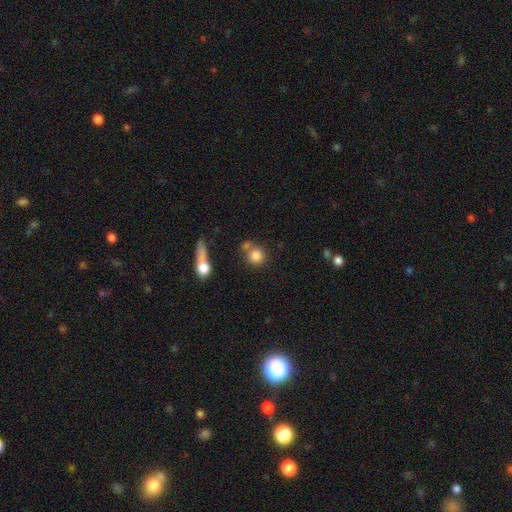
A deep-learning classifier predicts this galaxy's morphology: smooth_or_featured: smooth (p=0.82) [alt: star or artifact p=0.10]
how_rounded: round (p=0.88) [alt: in between p=0.10]
merging: none (p=0.57) [alt: merger p=0.26]